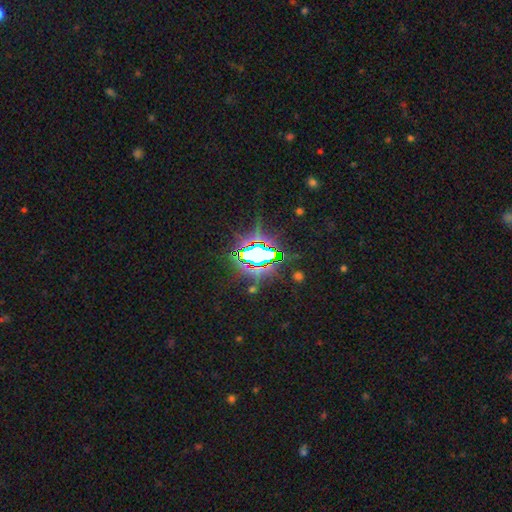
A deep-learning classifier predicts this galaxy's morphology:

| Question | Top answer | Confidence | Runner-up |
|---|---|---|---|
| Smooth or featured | star or artifact | 75% | smooth (13%) |